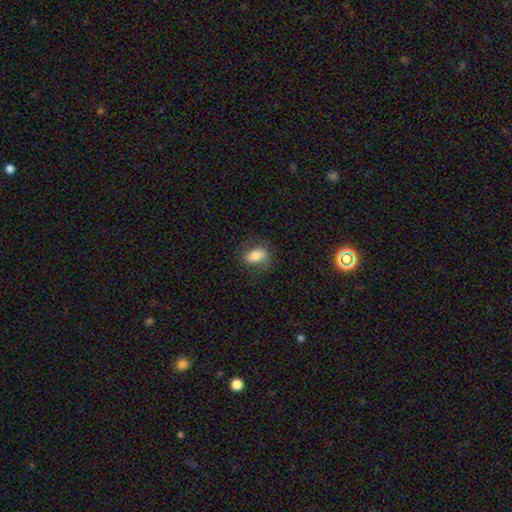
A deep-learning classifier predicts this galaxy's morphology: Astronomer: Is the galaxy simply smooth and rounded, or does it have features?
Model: smooth — 62%.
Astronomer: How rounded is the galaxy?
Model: in between — 78%.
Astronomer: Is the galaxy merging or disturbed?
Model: none — 70%.